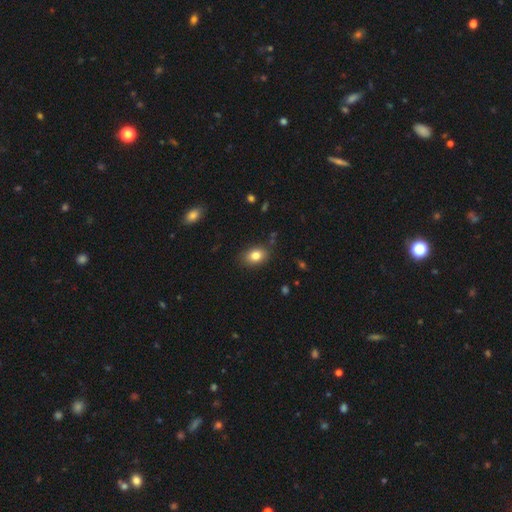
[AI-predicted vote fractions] smooth-or-featured: smooth: 82% | star or artifact: 9% | featured or disk: 9%
  how-rounded: in between: 75% | round: 23% | cigar-shaped: 1%
  merging: none: 84% | minor disturbance: 12% | major disturbance: 3% | merger: 2%